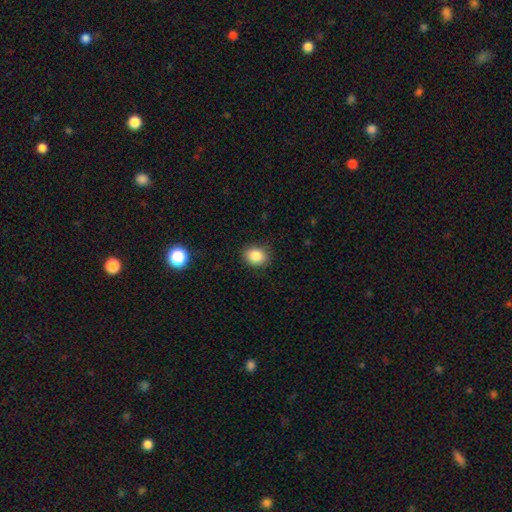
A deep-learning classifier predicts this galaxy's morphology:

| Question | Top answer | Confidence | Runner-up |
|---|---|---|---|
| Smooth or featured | smooth | 86% | star or artifact (10%) |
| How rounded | round | 55% | in between (44%) |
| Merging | none | 87% | minor disturbance (9%) |